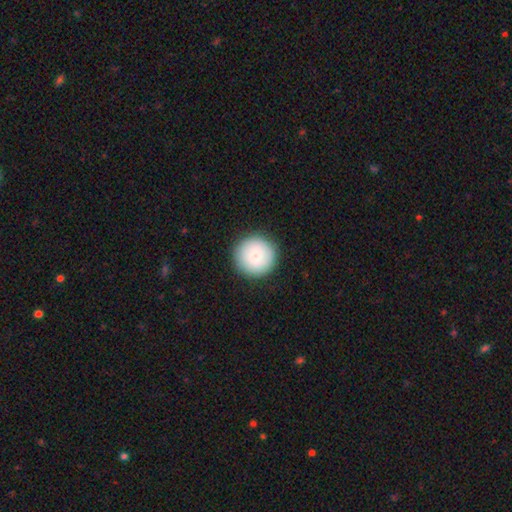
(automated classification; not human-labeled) A smooth galaxy with no disk features (76%) that is round (95%). Merging: none (90%).